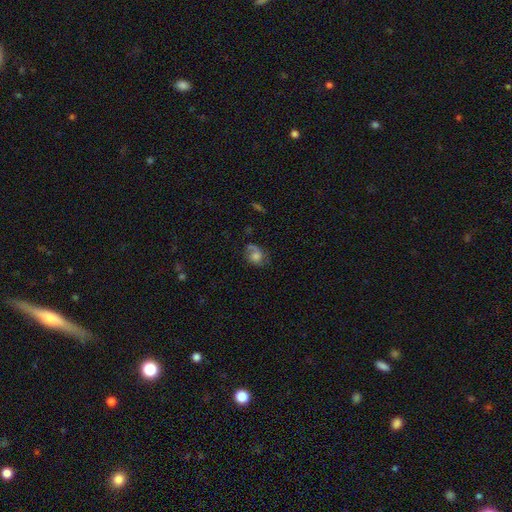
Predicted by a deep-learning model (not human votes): smooth_or_featured: smooth (p=0.55) [alt: featured or disk p=0.34]
how_rounded: round (p=0.52) [alt: in between p=0.47]
merging: none (p=0.48) [alt: minor disturbance p=0.26]